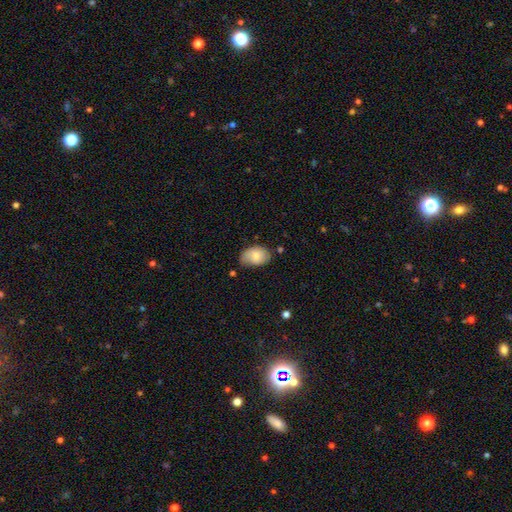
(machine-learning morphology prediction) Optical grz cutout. It shows a smooth galaxy with no disk features (74%) that is in between round and cigar-shaped (85%). Merging: none (60%).